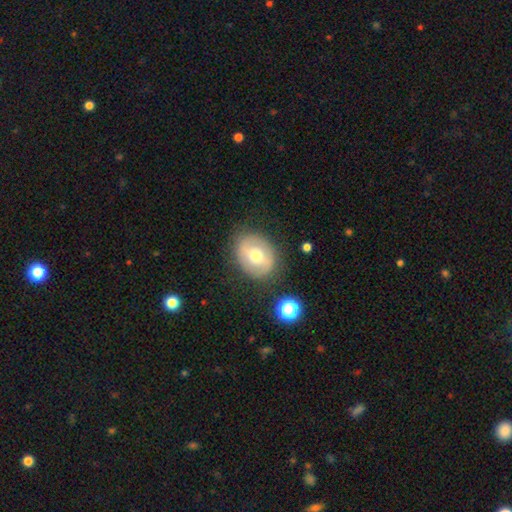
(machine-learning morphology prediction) This appears to be a smooth galaxy with no disk features (48%). Merging: none (80%).